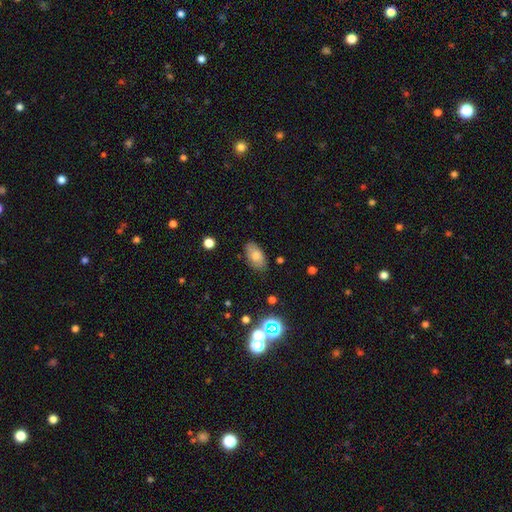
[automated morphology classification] Smooth or featured?
  - smooth: 79% *
  - featured or disk: 12%
  - star or artifact: 9%
How rounded?
  - in between: 93% *
  - round: 4%
  - cigar-shaped: 3%
Merging?
  - none: 81% *
  - minor disturbance: 14%
  - major disturbance: 3%
  - merger: 1%